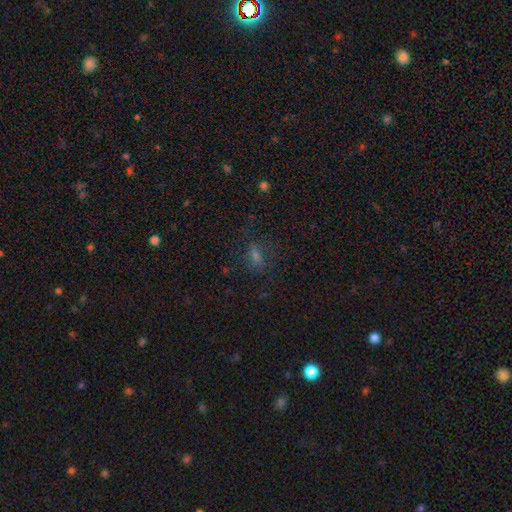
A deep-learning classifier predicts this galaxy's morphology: smooth-or-featured: smooth: 46% | star or artifact: 34% | featured or disk: 20%
  merging: none: 68% | minor disturbance: 17% | major disturbance: 12% | merger: 2%